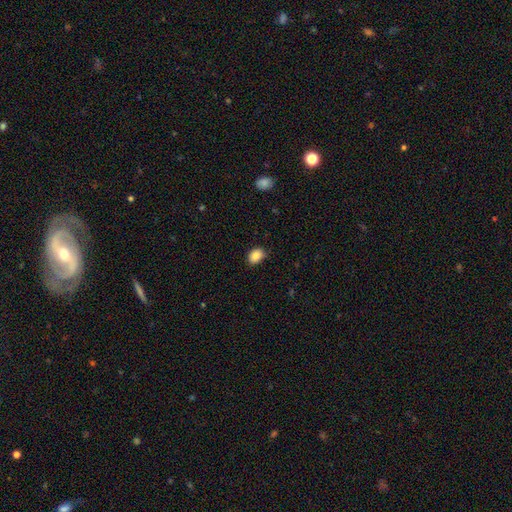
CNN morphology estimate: The model was most divided on "how rounded": in between: 72%, round: 27%, cigar-shaped: 1%. More confident: smooth or featured — smooth (87%); merging — none (79%).